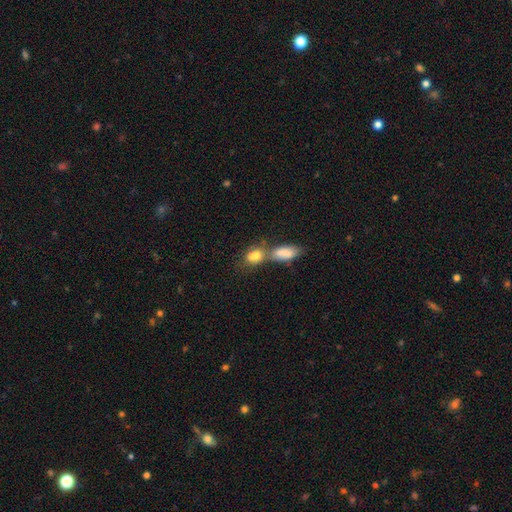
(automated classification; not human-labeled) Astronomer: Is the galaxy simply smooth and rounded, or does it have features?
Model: smooth — 79%.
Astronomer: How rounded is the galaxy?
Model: in between — 70%.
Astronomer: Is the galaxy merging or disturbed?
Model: merger — 63%.